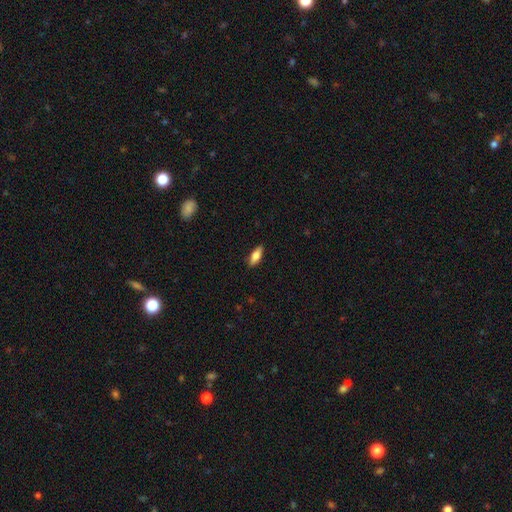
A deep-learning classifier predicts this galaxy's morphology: Smooth or featured? Predicted: smooth (p=0.70). How rounded? Predicted: in between (p=0.70). Merging? Predicted: none (p=0.88).